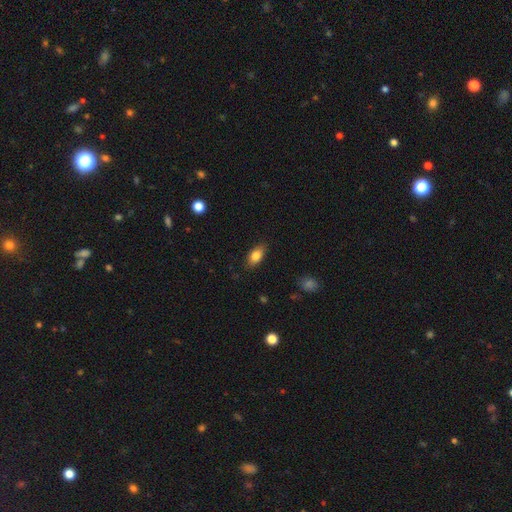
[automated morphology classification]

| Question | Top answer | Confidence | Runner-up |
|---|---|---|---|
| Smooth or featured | smooth | 82% | featured or disk (10%) |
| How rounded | in between | 88% | round (6%) |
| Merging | none | 84% | minor disturbance (13%) |